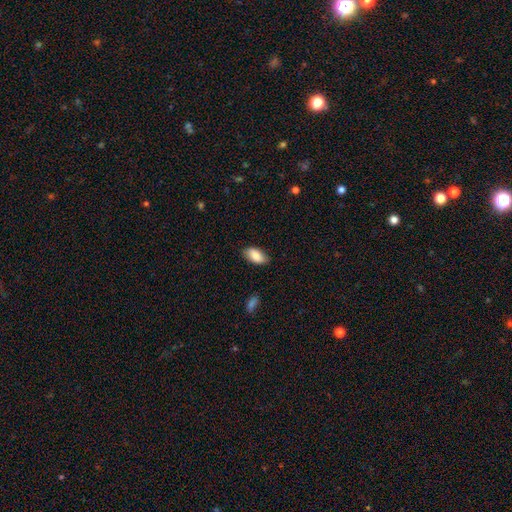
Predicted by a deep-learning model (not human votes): Smooth or featured: smooth — 85% (featured or disk — 8%)
How rounded: in between — 93% (cigar-shaped — 4%)
Merging: none — 82% (minor disturbance — 15%)